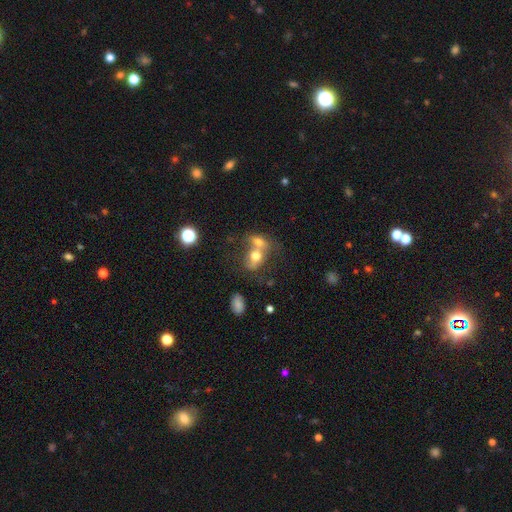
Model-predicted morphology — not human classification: Q: Smooth or featured?
A: smooth (62%); runner-up: featured or disk (27%)
Q: How rounded?
A: in between (61%); runner-up: round (37%)
Q: Merging?
A: merger (68%); runner-up: none (18%)